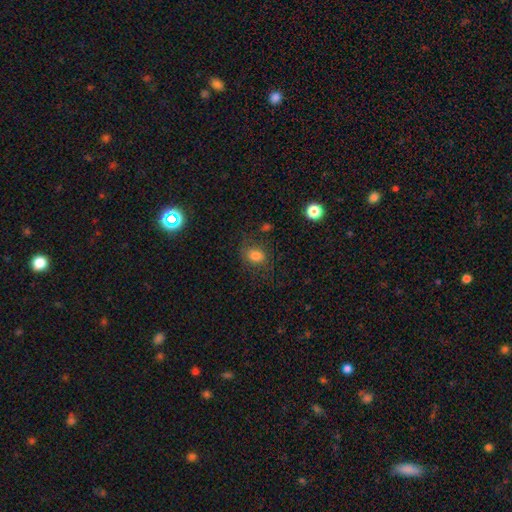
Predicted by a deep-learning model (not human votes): Smooth or featured? smooth (79%)
How rounded? in between (62%)
Merging? none (68%)